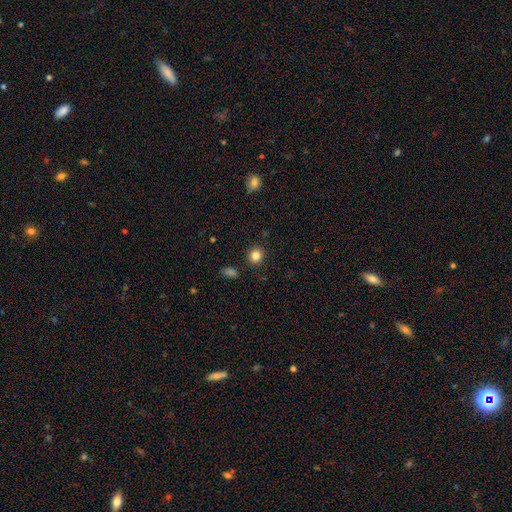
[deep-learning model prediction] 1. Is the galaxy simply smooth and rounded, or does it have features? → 84% smooth, 11% star or artifact, 4% featured or disk.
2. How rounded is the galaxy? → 89% round, 10% in between, 1% cigar-shaped.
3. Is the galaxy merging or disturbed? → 90% none, 6% minor disturbance, 2% major disturbance, 2% merger.